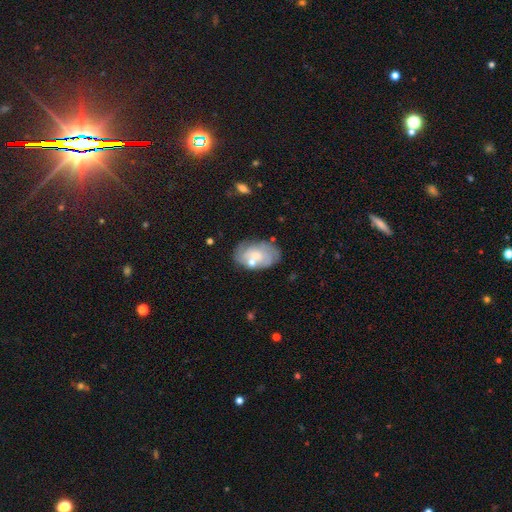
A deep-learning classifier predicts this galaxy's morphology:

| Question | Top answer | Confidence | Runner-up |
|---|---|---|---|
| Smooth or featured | featured or disk | 58% | smooth (36%) |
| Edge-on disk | no | 96% | yes (4%) |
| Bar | no | 73% | weak (24%) |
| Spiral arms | yes | 69% | no (31%) |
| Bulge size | small | 49% | moderate (41%) |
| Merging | none | 59% | minor disturbance (21%) |